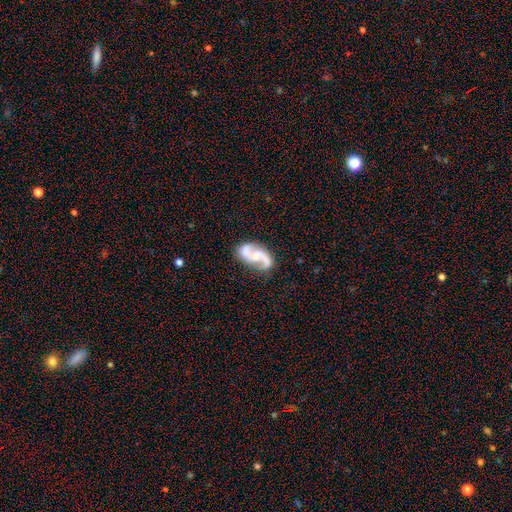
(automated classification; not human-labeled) Q: Smooth or featured?
A: featured or disk (87%); runner-up: smooth (8%)
Q: Edge-on disk?
A: no (98%); runner-up: yes (2%)
Q: Bar?
A: no (51%); runner-up: weak (37%)
Q: Spiral arms?
A: yes (97%); runner-up: no (3%)
Q: Spiral winding?
A: loose (45%); runner-up: medium (44%)
Q: Spiral arm count?
A: 2 (93%); runner-up: can't tell (2%)
Q: Bulge size?
A: small (47%); runner-up: moderate (40%)
Q: Merging?
A: none (73%); runner-up: minor disturbance (17%)